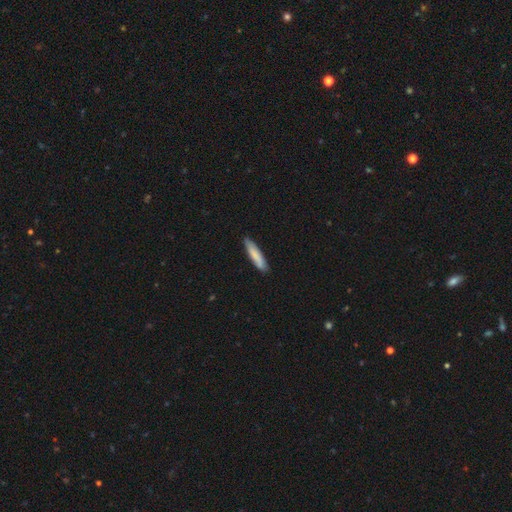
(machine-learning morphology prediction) Smooth or featured? Predicted: smooth (p=0.78). How rounded? Predicted: cigar-shaped (p=0.83). Merging? Predicted: none (p=0.84).